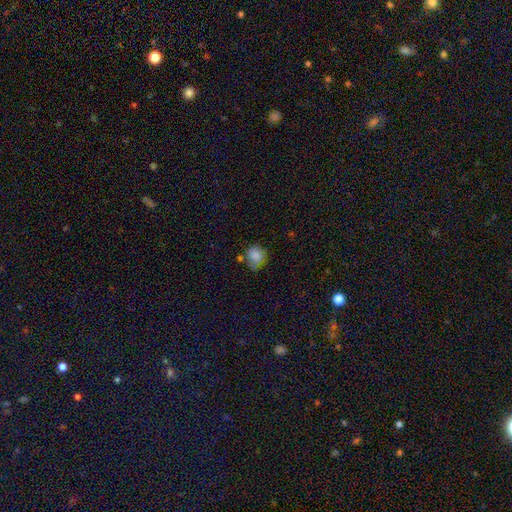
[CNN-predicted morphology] Overall: smooth (78%). How rounded: round (69%; in between 30%). Merging: none (45%; minor disturbance 33%).